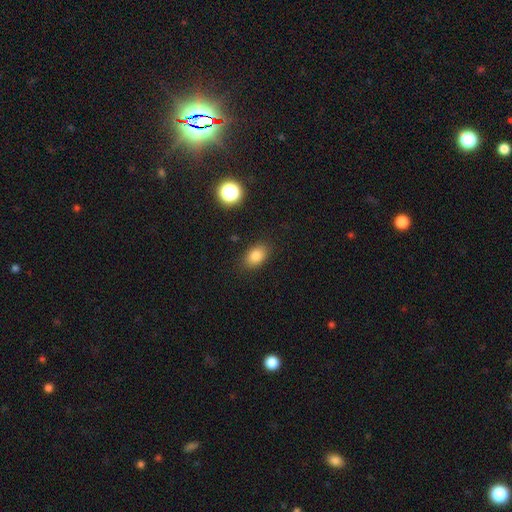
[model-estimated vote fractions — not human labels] Smooth or featured? Predicted: smooth (p=0.82). How rounded? Predicted: in between (p=0.83). Merging? Predicted: none (p=0.86).